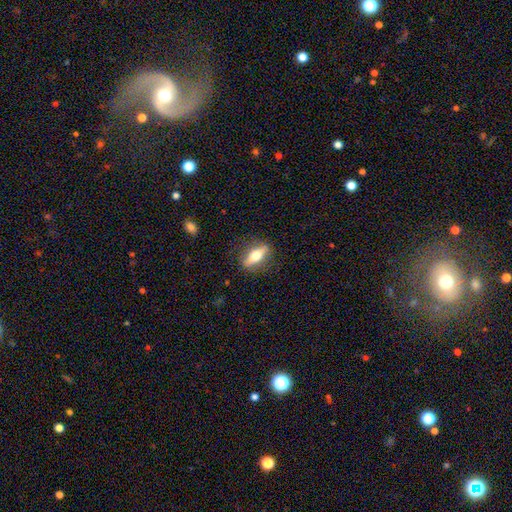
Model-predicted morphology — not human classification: A smooth galaxy with no disk features (50%). Merging: none (83%).